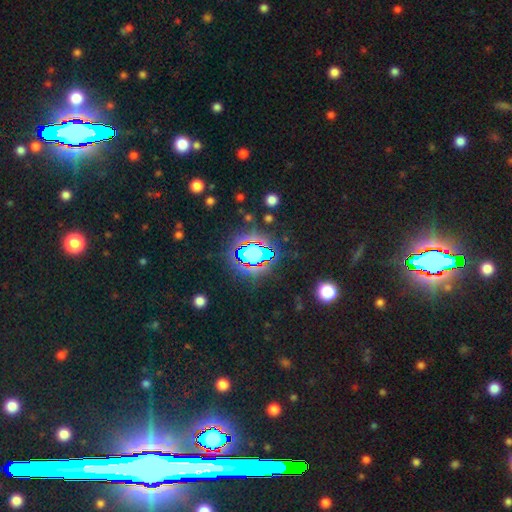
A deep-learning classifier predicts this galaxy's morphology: Smooth or featured?
  - star or artifact: 76% *
  - smooth: 14%
  - featured or disk: 9%